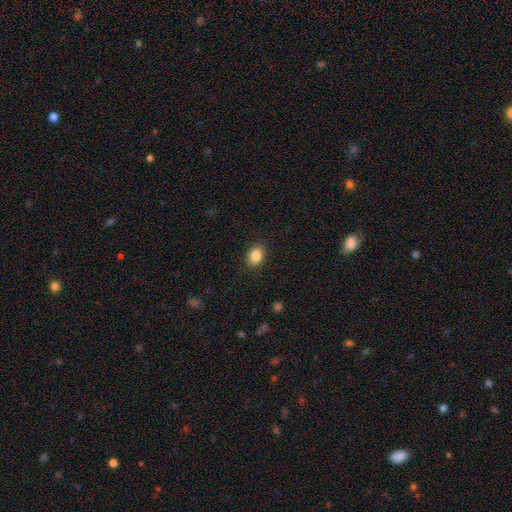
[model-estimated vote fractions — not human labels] Morphology: type=smooth (86%); roundness=in between (69%); merging=none (88%).